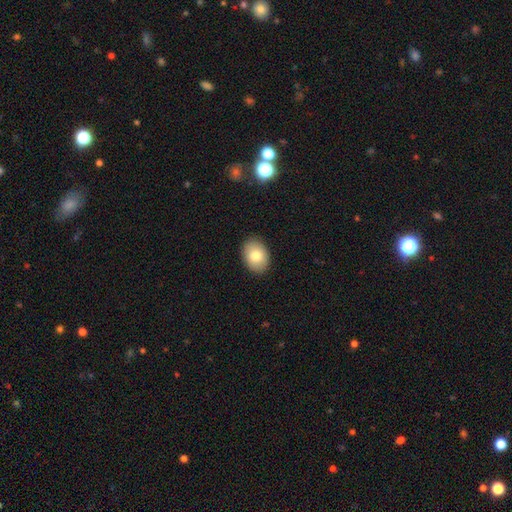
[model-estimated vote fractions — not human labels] A smooth galaxy with no disk features (81%) that is in between round and cigar-shaped (76%).

Vote fractions:
- Smooth or featured? smooth: 81% / featured or disk: 12% / star or artifact: 7%
- How rounded? in between: 76% / round: 23% / cigar-shaped: 1%
- Merging? none: 89% / minor disturbance: 8% / major disturbance: 2% / merger: 1%